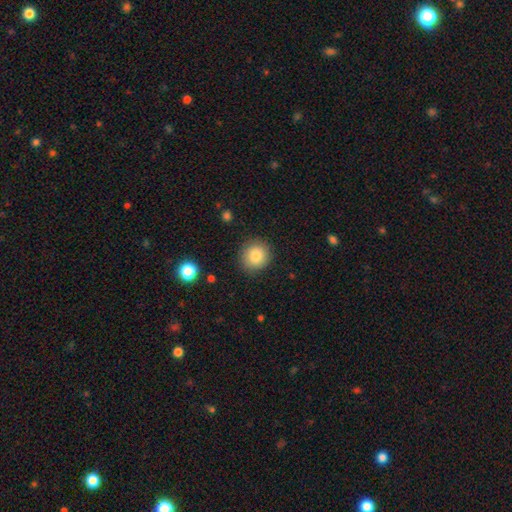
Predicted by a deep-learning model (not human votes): A smooth galaxy with no disk features (84%) that is round (90%).

Vote fractions:
- Smooth or featured? smooth: 84% / star or artifact: 9% / featured or disk: 7%
- How rounded? round: 90% / in between: 9% / cigar-shaped: 1%
- Merging? none: 88% / minor disturbance: 8% / major disturbance: 3% / merger: 1%